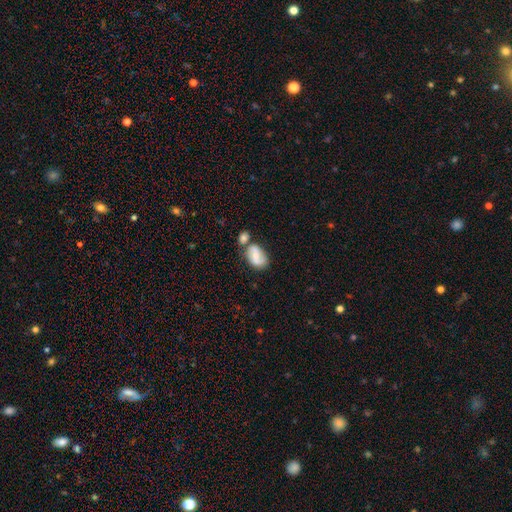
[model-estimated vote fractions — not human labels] Smooth or featured?
  - smooth: 50% *
  - featured or disk: 42%
  - star or artifact: 8%
How rounded?
  - in between: 86% *
  - round: 12%
  - cigar-shaped: 2%
Merging?
  - none: 41% *
  - merger: 33%
  - minor disturbance: 19%
  - major disturbance: 7%